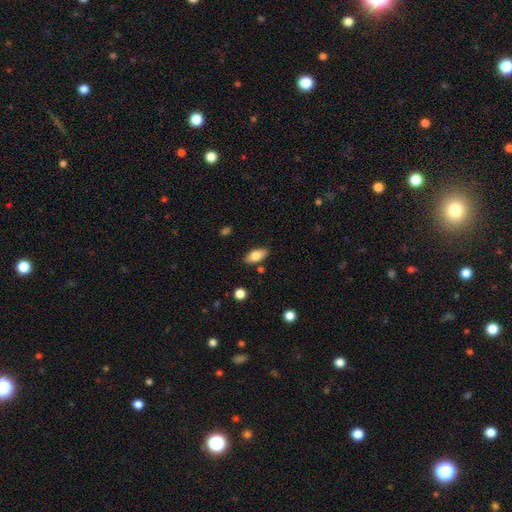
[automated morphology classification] The model was most divided on "smooth or featured": smooth: 78%, featured or disk: 15%, star or artifact: 7%. More confident: how rounded — in between (88%); merging — none (84%).